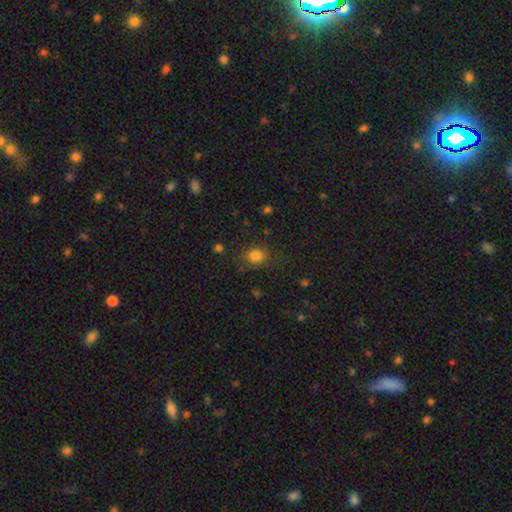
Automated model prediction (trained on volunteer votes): Q: Smooth or featured?
A: smooth (80%); runner-up: star or artifact (13%)
Q: How rounded?
A: round (55%); runner-up: in between (44%)
Q: Merging?
A: none (77%); runner-up: minor disturbance (15%)